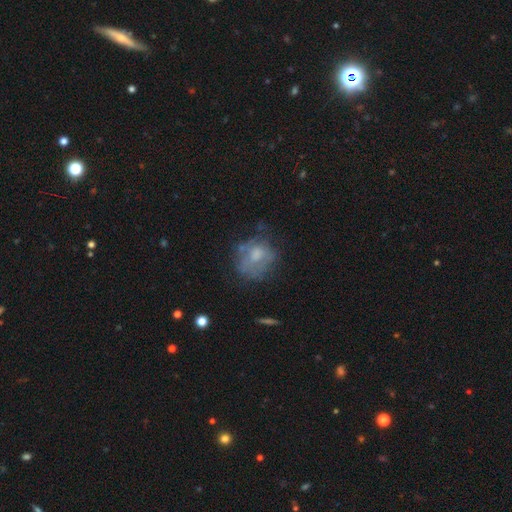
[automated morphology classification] The model was most divided on "smooth or featured": smooth: 50%, featured or disk: 39%, star or artifact: 11%. Remaining: merging — none (48%).